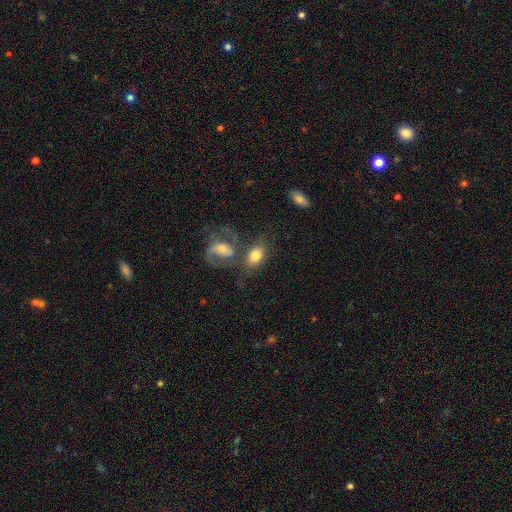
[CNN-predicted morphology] Q: Smooth or featured?
A: smooth (63%); runner-up: featured or disk (29%)
Q: How rounded?
A: in between (82%); runner-up: round (17%)
Q: Merging?
A: none (40%); runner-up: merger (37%)